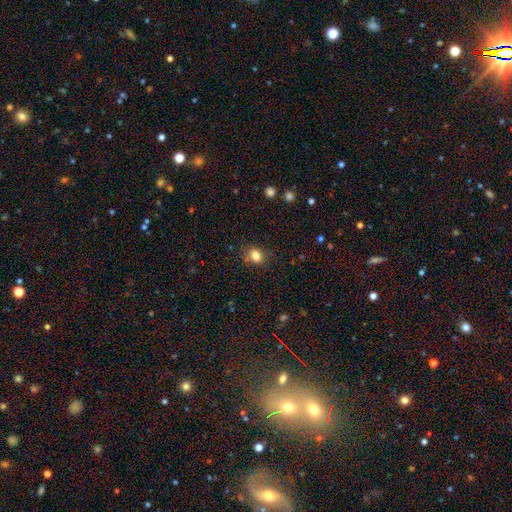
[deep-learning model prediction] Smooth or featured? Predicted: smooth (p=0.82). How rounded? Predicted: in between (p=0.51). Merging? Predicted: none (p=0.77).